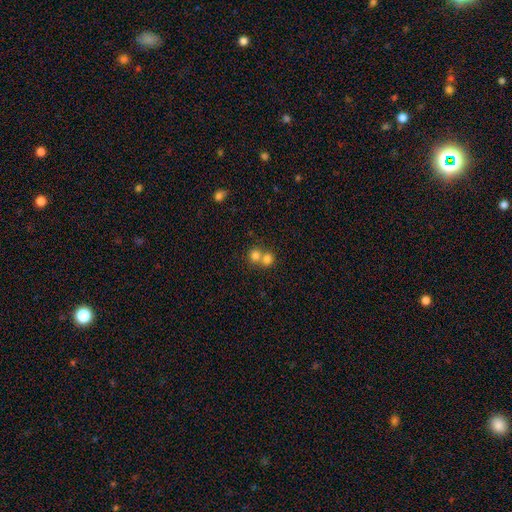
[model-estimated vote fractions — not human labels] smooth_or_featured: smooth (p=0.77) [alt: star or artifact p=0.12]
how_rounded: round (p=0.82) [alt: in between p=0.17]
merging: merger (p=0.55) [alt: none p=0.38]